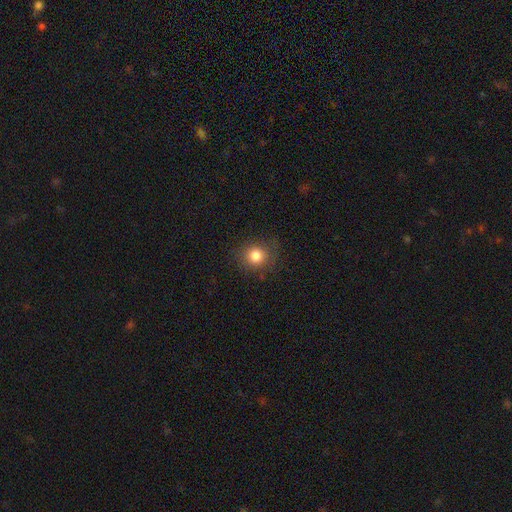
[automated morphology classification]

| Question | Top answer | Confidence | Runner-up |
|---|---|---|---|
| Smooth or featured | smooth | 82% | star or artifact (12%) |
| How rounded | round | 85% | in between (14%) |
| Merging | none | 81% | minor disturbance (13%) |